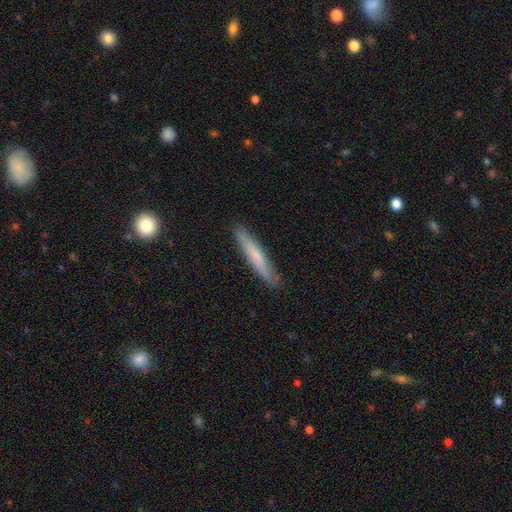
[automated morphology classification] Smooth or featured? smooth (64%)
How rounded? cigar-shaped (93%)
Merging? none (86%)